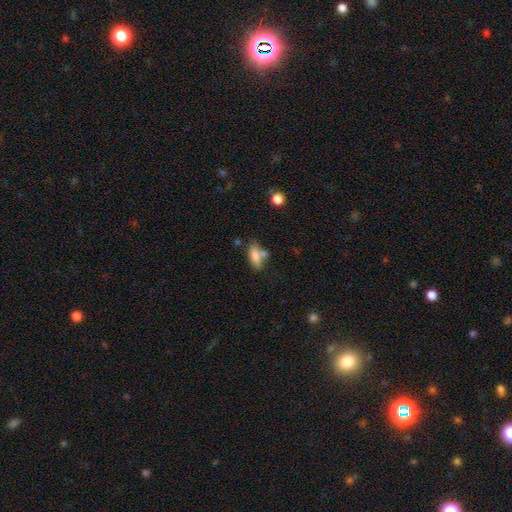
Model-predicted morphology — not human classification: This is likely a smooth galaxy (76%). How rounded: likely in between (77%). Merging: possibly none (49%).